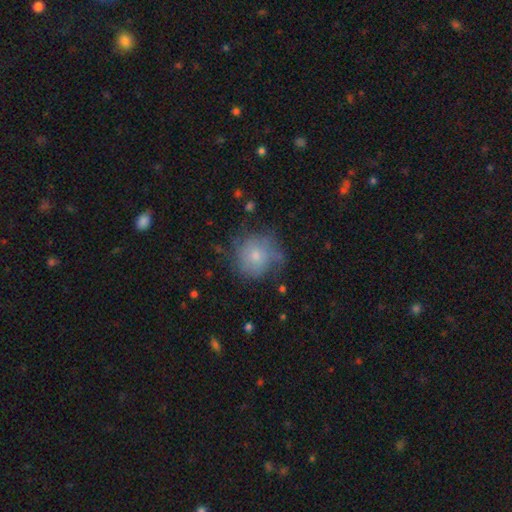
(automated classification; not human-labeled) This is likely a smooth galaxy (62%). How rounded: clearly round (88%). Merging: possibly none (57%).